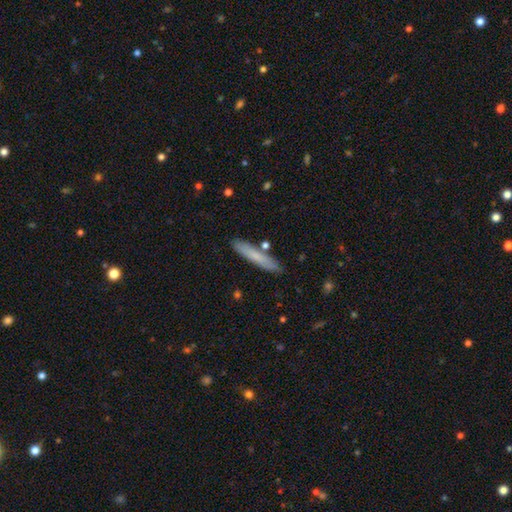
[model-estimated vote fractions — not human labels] The model was most divided on "smooth or featured": smooth: 72%, featured or disk: 22%, star or artifact: 6%. More confident: how rounded — cigar-shaped (92%); merging — none (85%).